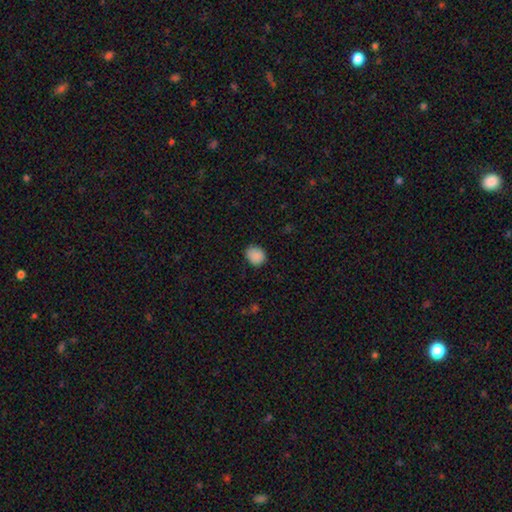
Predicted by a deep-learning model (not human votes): Morphology: type=smooth (88%); roundness=round (65%); merging=none (80%).